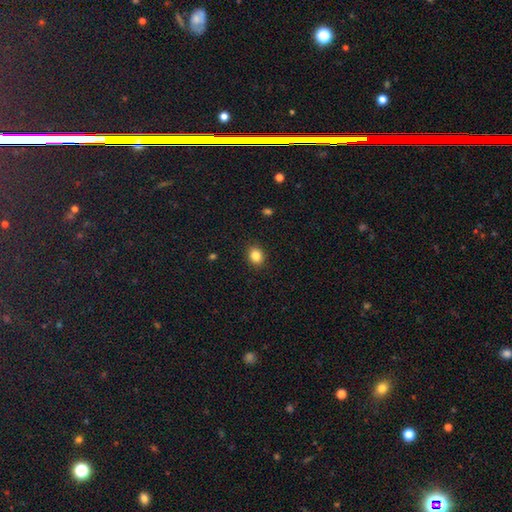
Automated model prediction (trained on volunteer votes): A smooth galaxy with no disk features (84%) that is round (60%).

Vote fractions:
- Smooth or featured? smooth: 84% / star or artifact: 11% / featured or disk: 5%
- How rounded? round: 60% / in between: 39% / cigar-shaped: 1%
- Merging? none: 90% / minor disturbance: 7% / major disturbance: 2% / merger: 1%